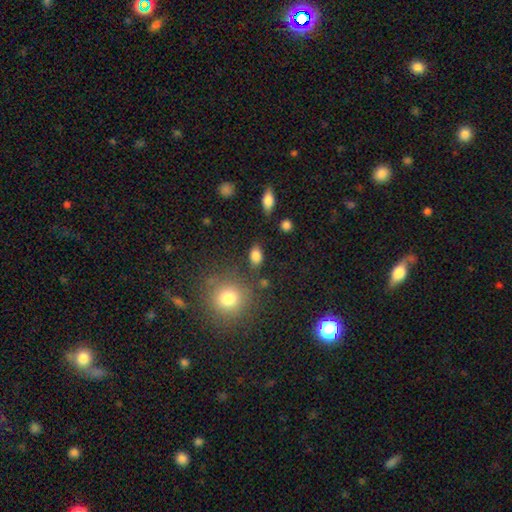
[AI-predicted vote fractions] smooth_or_featured: smooth (p=0.83) [alt: star or artifact p=0.11]
how_rounded: in between (p=0.83) [alt: round p=0.15]
merging: none (p=0.80) [alt: minor disturbance p=0.12]